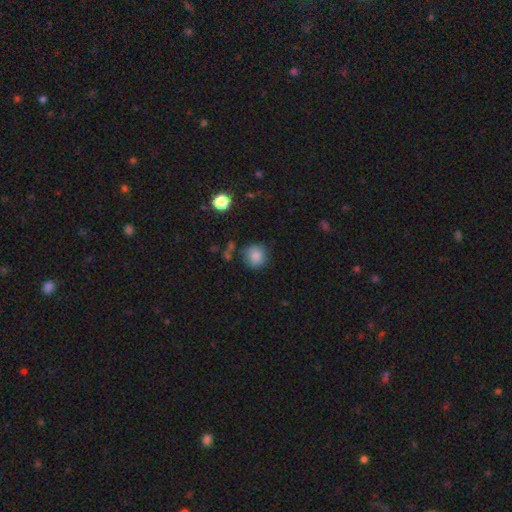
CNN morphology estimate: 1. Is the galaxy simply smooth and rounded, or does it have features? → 85% smooth, 10% star or artifact, 5% featured or disk.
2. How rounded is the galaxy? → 88% round, 11% in between, 1% cigar-shaped.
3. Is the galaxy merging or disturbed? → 75% none, 16% minor disturbance, 5% major disturbance, 4% merger.